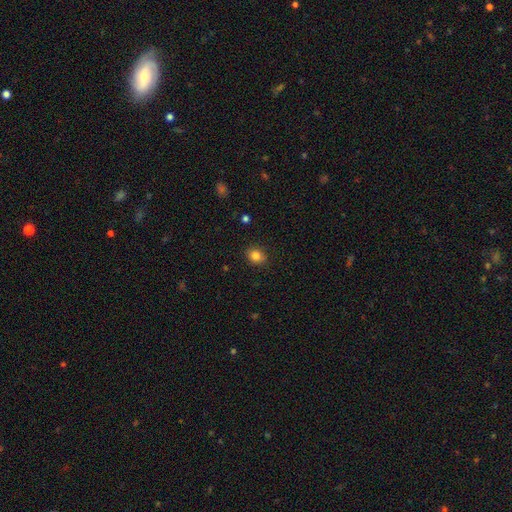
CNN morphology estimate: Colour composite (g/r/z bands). It shows a smooth galaxy with no disk features (83%) that is round (59%). Merging: none (88%).